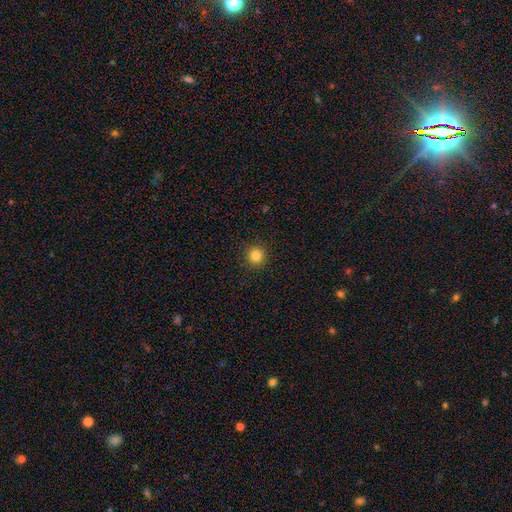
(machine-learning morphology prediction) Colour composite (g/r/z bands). It shows a smooth galaxy with no disk features (83%) that is round (95%). Merging: none (92%).